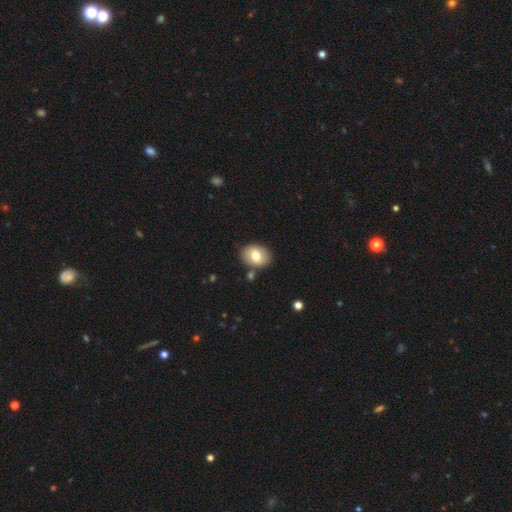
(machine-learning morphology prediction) Q: Smooth or featured?
A: smooth (73%); runner-up: featured or disk (20%)
Q: How rounded?
A: in between (70%); runner-up: round (29%)
Q: Merging?
A: none (81%); runner-up: minor disturbance (11%)